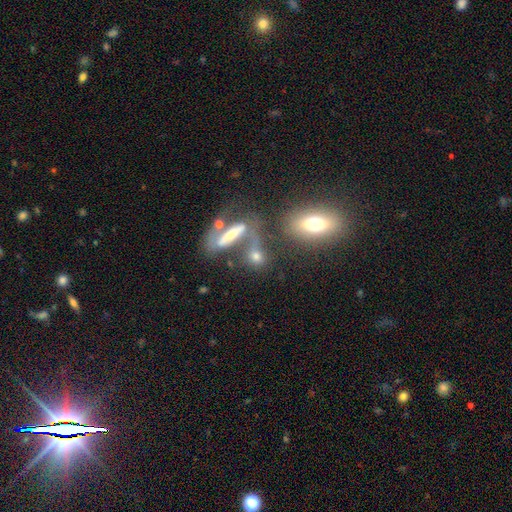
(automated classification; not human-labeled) A smooth galaxy with no disk features (57%) that is in between round and cigar-shaped (43%). Merging: none (42%).